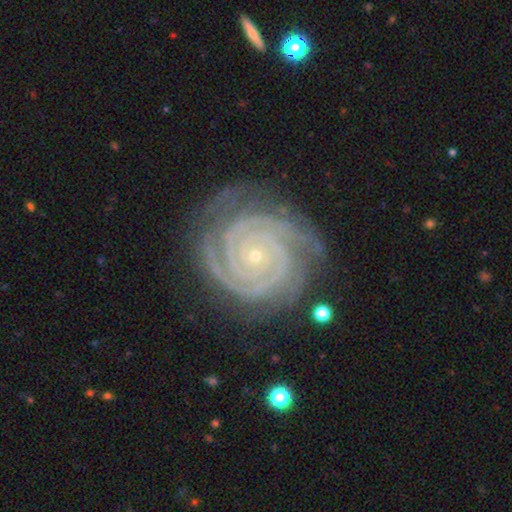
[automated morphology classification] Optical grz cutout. It shows a featured or disk galaxy (93%) with no bar (79%), 2 (36%) tight (89%) spiral arms (99%) and a small central bulge (88%). Merging: none (78%).